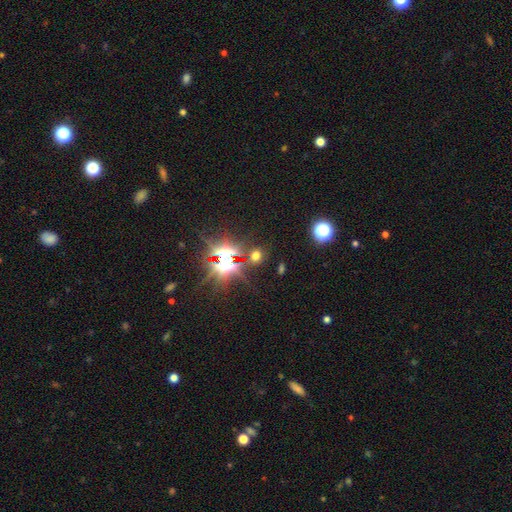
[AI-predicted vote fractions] Overall: star or artifact (77%).